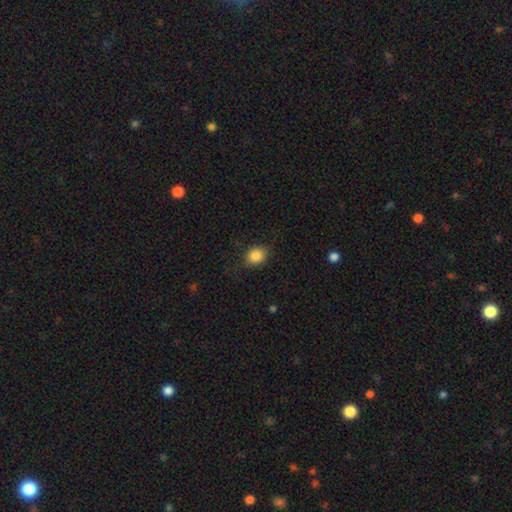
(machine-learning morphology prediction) Smooth or featured? Predicted: smooth (p=0.85). How rounded? Predicted: round (p=0.57). Merging? Predicted: none (p=0.80).